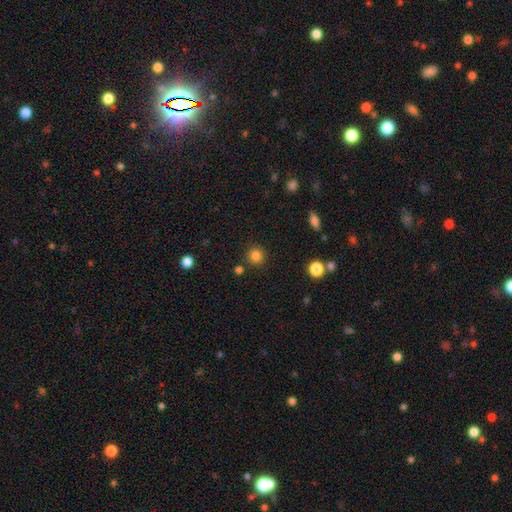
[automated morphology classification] A smooth galaxy with no disk features (83%) that is round (93%).

Vote fractions:
- Smooth or featured? smooth: 83% / star or artifact: 12% / featured or disk: 4%
- How rounded? round: 93% / in between: 6% / cigar-shaped: 1%
- Merging? none: 87% / minor disturbance: 6% / merger: 4% / major disturbance: 2%